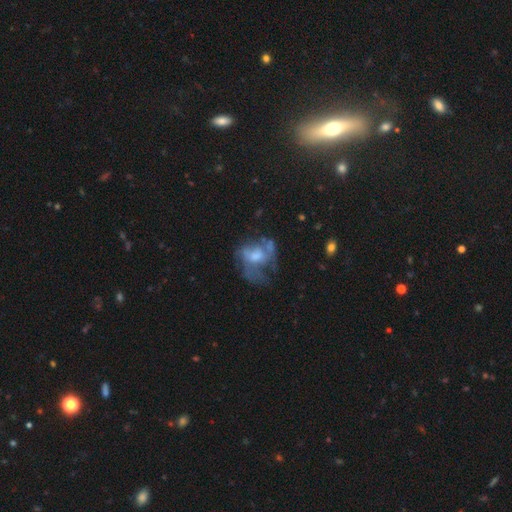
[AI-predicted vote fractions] Smooth or featured? Predicted: featured or disk (p=0.56). Edge-on disk? Predicted: no (p=0.97). Bar? Predicted: no (p=0.73). Spiral arms? Predicted: no (p=0.63). Bulge size? Predicted: moderate (p=0.47). Merging? Predicted: major disturbance (p=0.43).